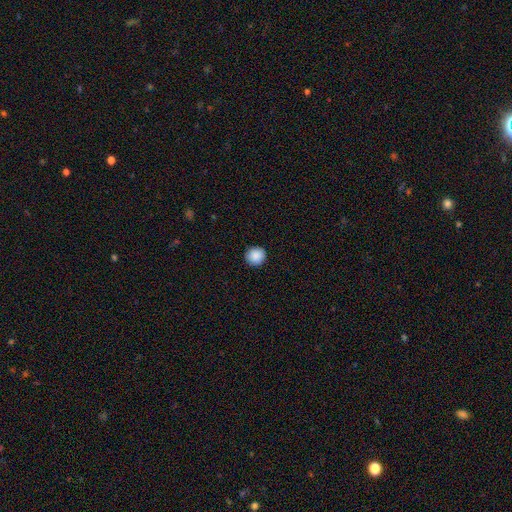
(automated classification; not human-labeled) The model was most divided on "smooth or featured": smooth: 89%, star or artifact: 8%, featured or disk: 3%. More confident: how rounded — round (93%); merging — none (92%).